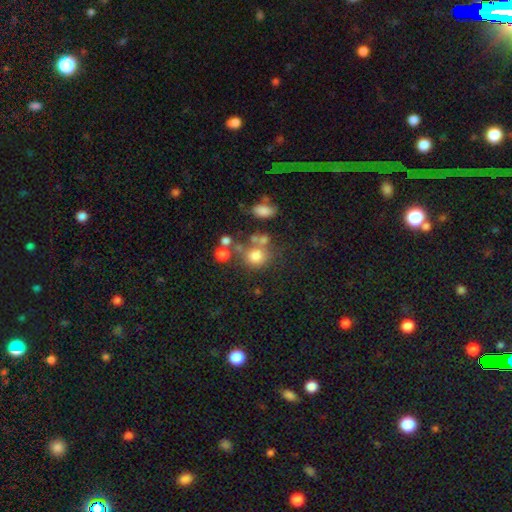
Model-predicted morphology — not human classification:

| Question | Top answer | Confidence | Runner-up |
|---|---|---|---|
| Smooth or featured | smooth | 74% | star or artifact (14%) |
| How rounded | round | 79% | in between (20%) |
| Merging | none | 54% | merger (25%) |